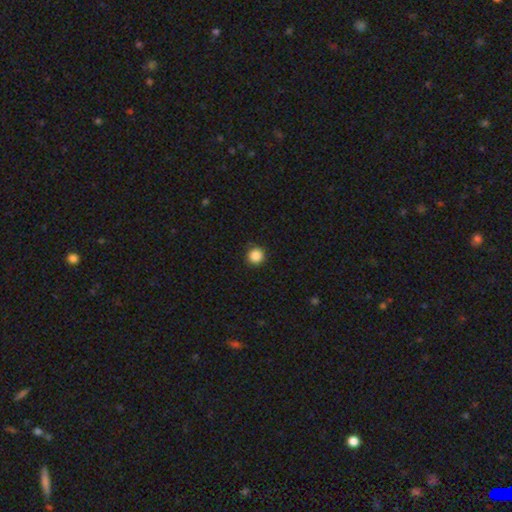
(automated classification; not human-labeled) smooth 87%, star or artifact 10%, featured or disk 3%. Down the decision tree: how rounded — round (95%); merging — none (90%).